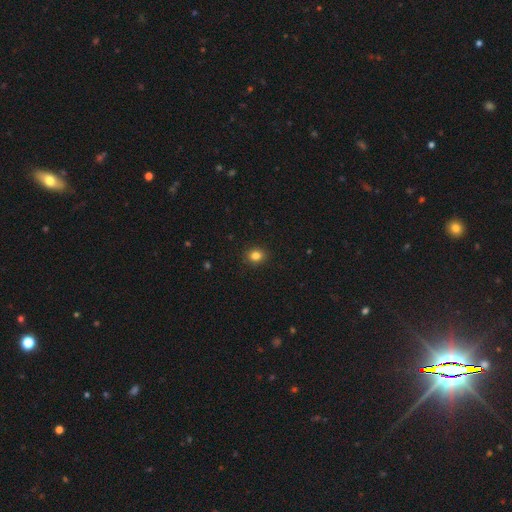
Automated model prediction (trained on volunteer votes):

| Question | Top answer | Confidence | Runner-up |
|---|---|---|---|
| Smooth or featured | smooth | 83% | star or artifact (12%) |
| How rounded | round | 67% | in between (33%) |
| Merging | none | 90% | minor disturbance (7%) |